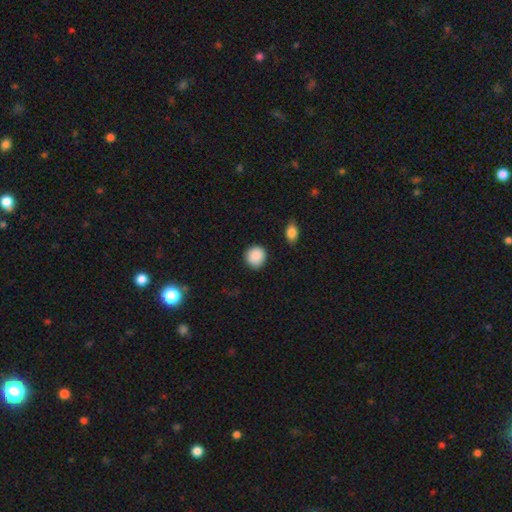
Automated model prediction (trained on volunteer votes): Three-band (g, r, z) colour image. It shows a smooth galaxy with no disk features (89%) that is round (88%). Merging: none (84%).